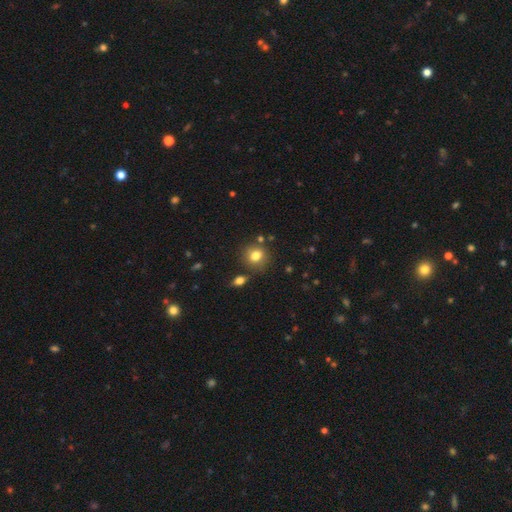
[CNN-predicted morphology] smooth_or_featured: smooth (p=0.79) [alt: star or artifact p=0.12]
how_rounded: round (p=0.80) [alt: in between p=0.19]
merging: none (p=0.78) [alt: minor disturbance p=0.12]